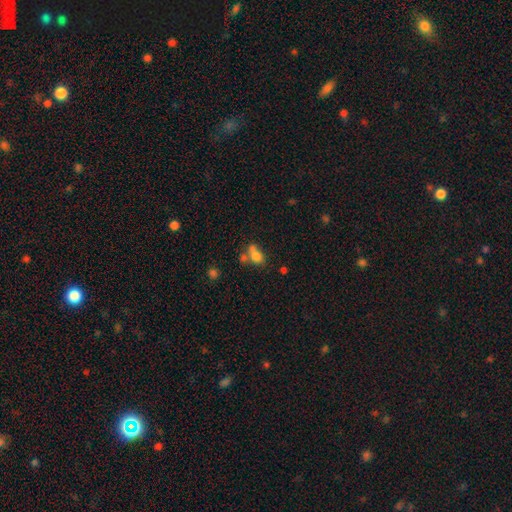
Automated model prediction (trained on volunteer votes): Overall: smooth (74%). How rounded: in between (68%; round 29%). Merging: merger (47%; none 32%).